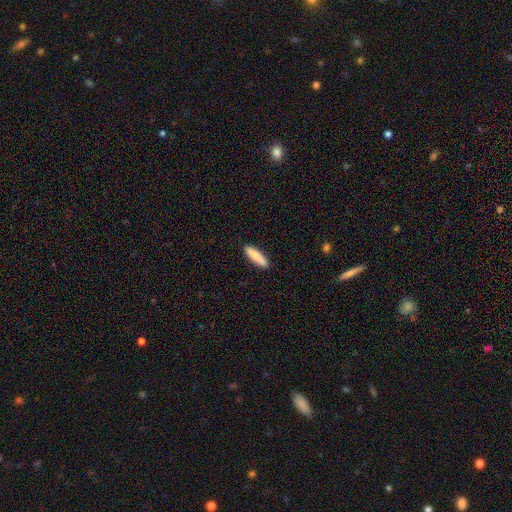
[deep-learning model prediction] Overall: smooth (81%). How rounded: cigar-shaped (72%). Merging: none (89%).